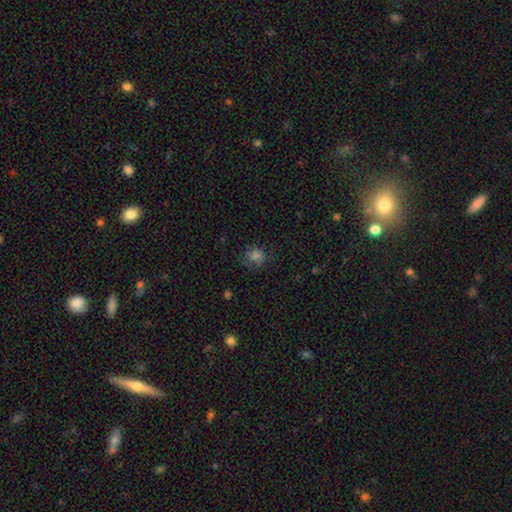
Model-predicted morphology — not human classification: smooth 68%, star or artifact 21%, featured or disk 11%. Down the decision tree: how rounded — round (64%); merging — none (65%).